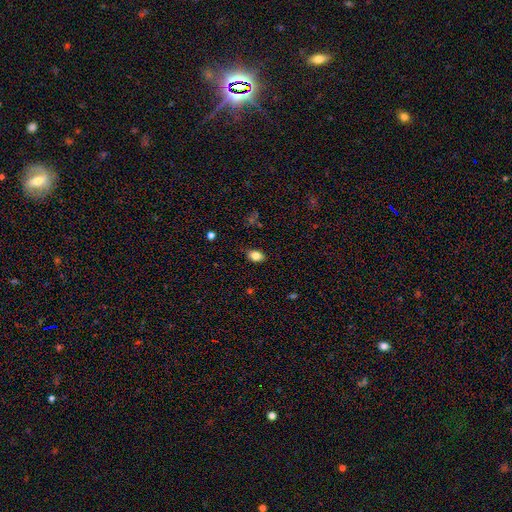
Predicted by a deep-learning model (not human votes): Overall: smooth (82%). How rounded: in between (82%). Merging: none (83%).